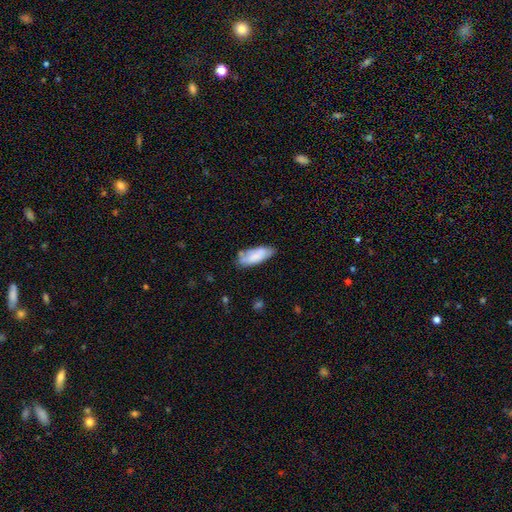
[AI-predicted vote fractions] Smooth or featured? smooth (77%)
How rounded? in between (78%)
Merging? none (60%)